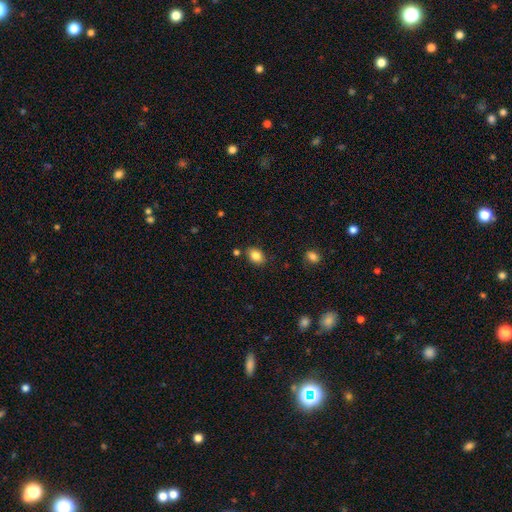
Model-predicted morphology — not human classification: This is clearly a smooth galaxy (85%). How rounded: likely in between (74%). Merging: clearly none (82%).